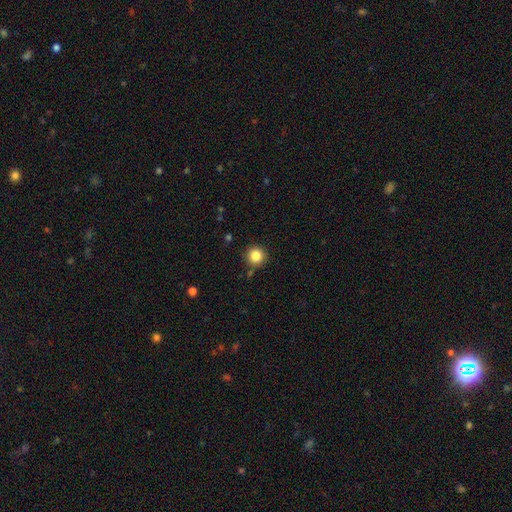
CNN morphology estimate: smooth_or_featured: smooth (p=0.85) [alt: star or artifact p=0.11]
how_rounded: round (p=0.95) [alt: in between p=0.04]
merging: none (p=0.87) [alt: minor disturbance p=0.08]